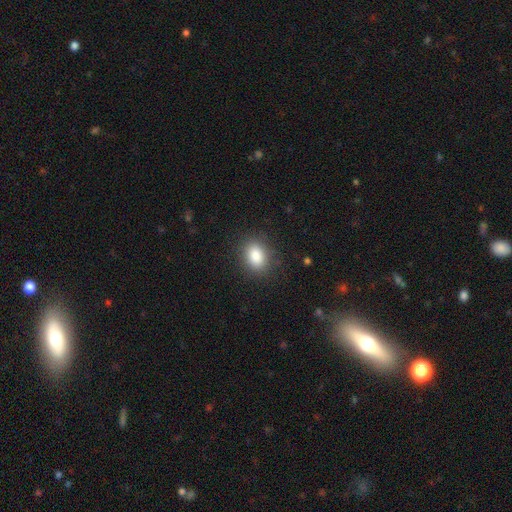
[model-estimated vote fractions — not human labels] Overall: smooth (86%). How rounded: in between (73%). Merging: none (86%).